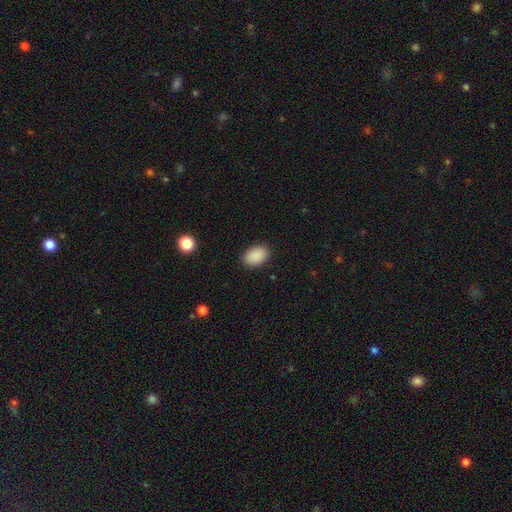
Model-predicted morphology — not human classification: Smooth or featured? Predicted: smooth (p=0.90). How rounded? Predicted: in between (p=0.88). Merging? Predicted: none (p=0.88).